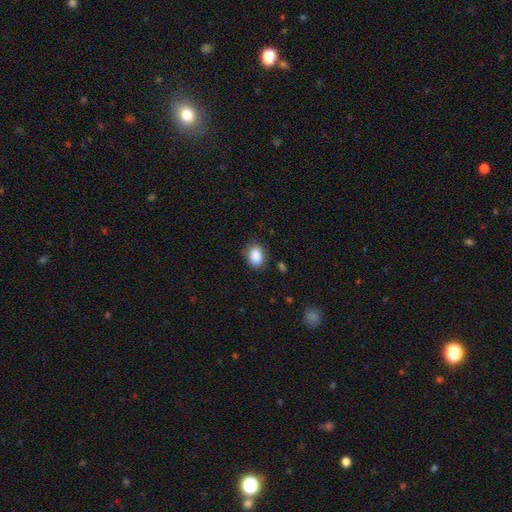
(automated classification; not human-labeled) A smooth galaxy with no disk features (88%) that is in between round and cigar-shaped (74%).

Vote fractions:
- Smooth or featured? smooth: 88% / star or artifact: 8% / featured or disk: 4%
- How rounded? in between: 74% / round: 25% / cigar-shaped: 1%
- Merging? none: 81% / minor disturbance: 14% / major disturbance: 3% / merger: 2%